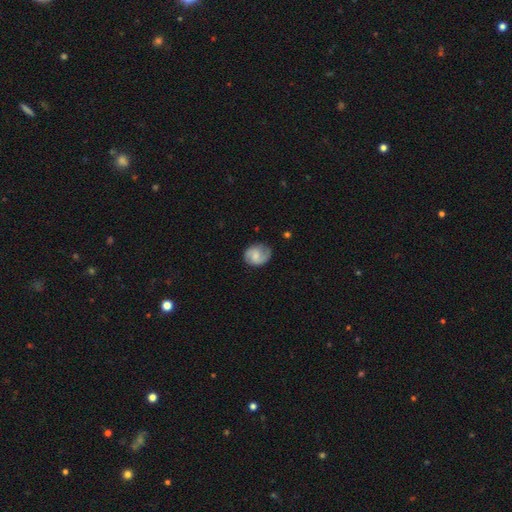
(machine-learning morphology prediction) Overall: featured or disk (61%; smooth 32%). Edge-on disk: no (98%). Bar: no (46%; weak 45%). Spiral arms: yes (93%). Spiral arm count: 2 (80%). Spiral winding: medium (47%; tight 28%). Bulge size: small (39%; moderate 34%). Merging: none (74%).